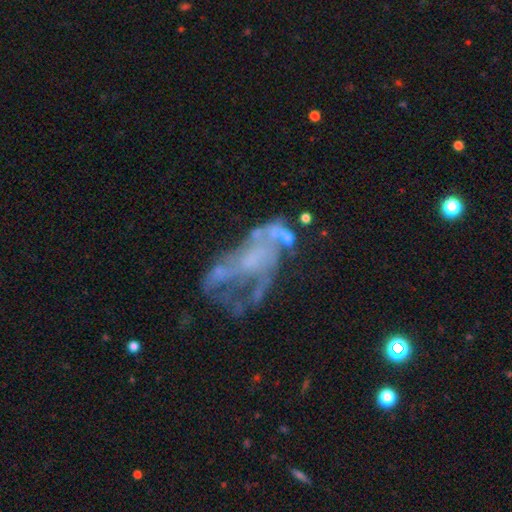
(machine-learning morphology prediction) Q: Smooth or featured?
A: featured or disk (71%); runner-up: smooth (15%)
Q: Edge-on disk?
A: no (95%); runner-up: yes (5%)
Q: Bar?
A: no (78%); runner-up: weak (17%)
Q: Spiral arms?
A: no (60%); runner-up: yes (40%)
Q: Bulge size?
A: none (61%); runner-up: small (24%)
Q: Merging?
A: major disturbance (35%); tied with: none (35%)